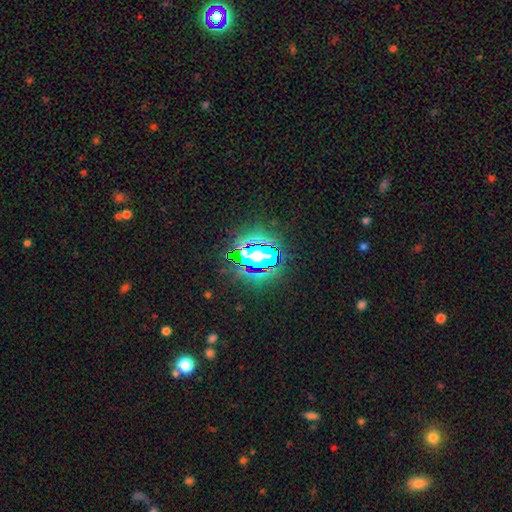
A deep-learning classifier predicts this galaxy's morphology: The model was most divided on "smooth or featured": star or artifact: 64%, smooth: 23%, featured or disk: 12%.